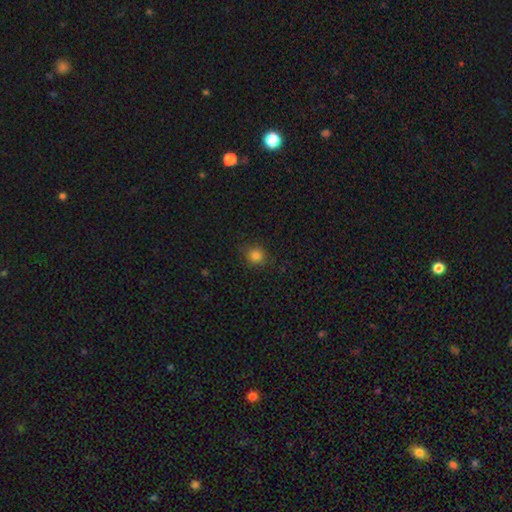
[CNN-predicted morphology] A smooth galaxy with no disk features (82%) that is round (85%).

Vote fractions:
- Smooth or featured? smooth: 82% / star or artifact: 14% / featured or disk: 5%
- How rounded? round: 85% / in between: 14% / cigar-shaped: 1%
- Merging? none: 86% / minor disturbance: 10% / major disturbance: 3% / merger: 1%